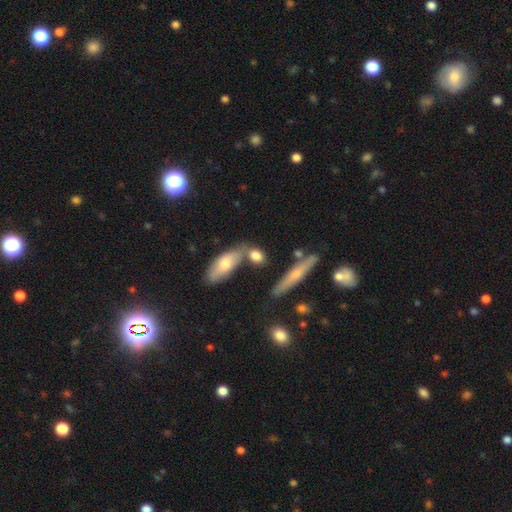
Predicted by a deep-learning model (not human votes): This appears to be a smooth galaxy with no disk features (75%) that is in between round and cigar-shaped (60%). Merging: none (57%).